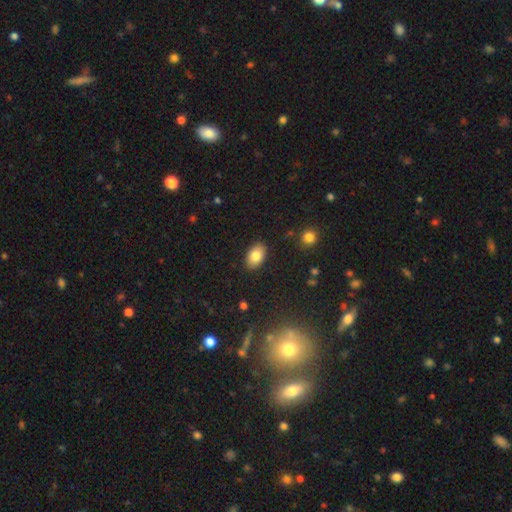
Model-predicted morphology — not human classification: Smooth or featured: smooth — 83% (featured or disk — 9%)
How rounded: in between — 90% (round — 9%)
Merging: none — 88% (minor disturbance — 9%)